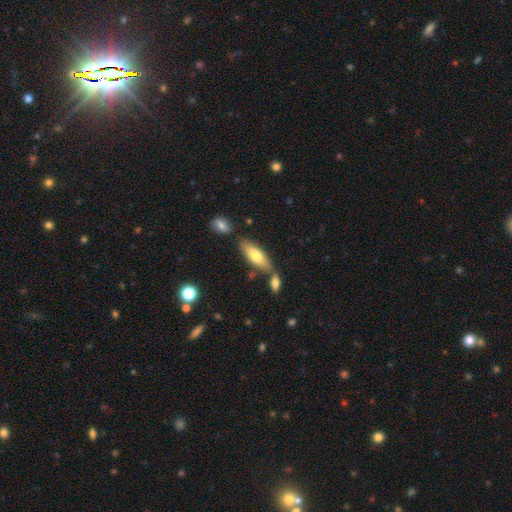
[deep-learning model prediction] A smooth galaxy with no disk features (71%) that is in between round and cigar-shaped (64%). Merging: none (66%).